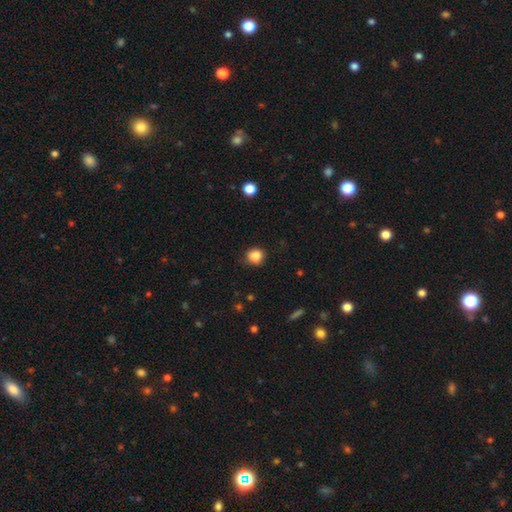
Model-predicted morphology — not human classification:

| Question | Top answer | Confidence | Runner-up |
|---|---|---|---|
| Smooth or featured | smooth | 85% | star or artifact (11%) |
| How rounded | round | 85% | in between (14%) |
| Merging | none | 80% | minor disturbance (16%) |